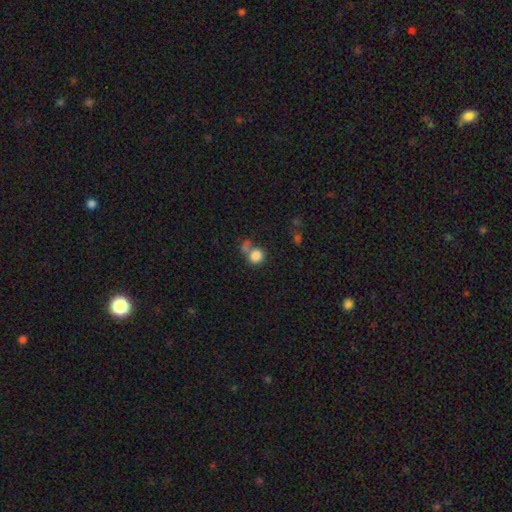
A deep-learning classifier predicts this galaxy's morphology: type=smooth (83%); roundness=round (82%); merging=none (49%).